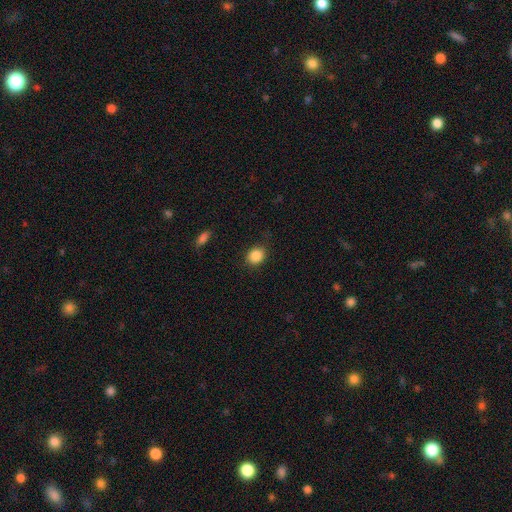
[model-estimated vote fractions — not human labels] A smooth galaxy with no disk features (87%) that is round (65%).

Vote fractions:
- Smooth or featured? smooth: 87% / star or artifact: 9% / featured or disk: 4%
- How rounded? round: 65% / in between: 34% / cigar-shaped: 1%
- Merging? none: 85% / minor disturbance: 11% / major disturbance: 3% / merger: 1%